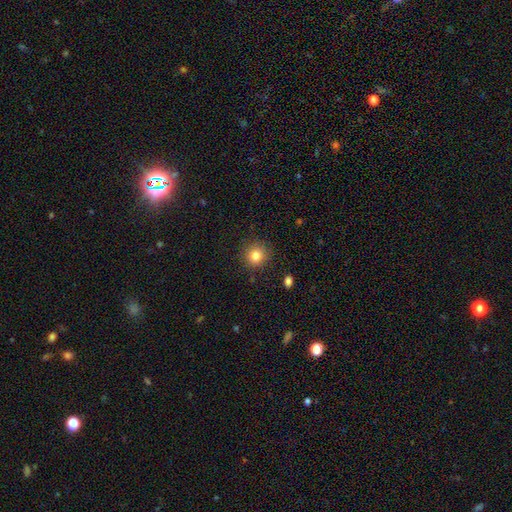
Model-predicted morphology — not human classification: A smooth galaxy with no disk features (82%) that is round (92%).

Vote fractions:
- Smooth or featured? smooth: 82% / star or artifact: 11% / featured or disk: 7%
- How rounded? round: 92% / in between: 7% / cigar-shaped: 1%
- Merging? none: 88% / minor disturbance: 8% / major disturbance: 3% / merger: 1%